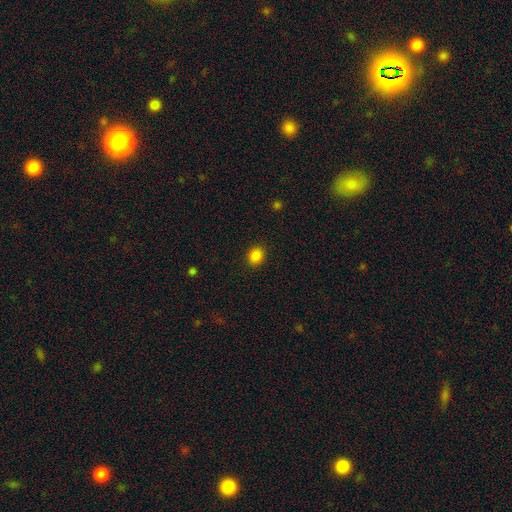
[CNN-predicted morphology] This is clearly a smooth galaxy (85%). How rounded: likely round (64%). Merging: clearly none (90%).